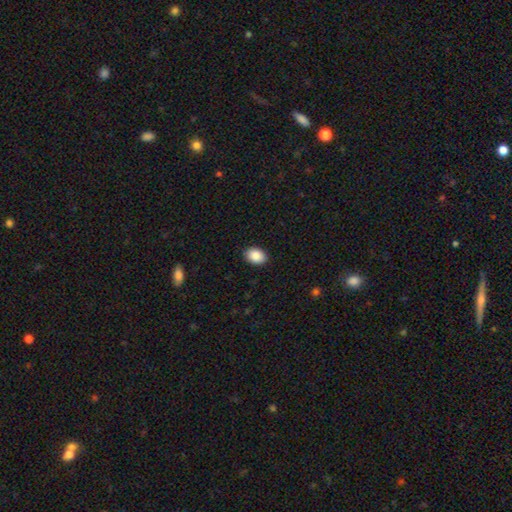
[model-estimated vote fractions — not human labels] Morphology: type=smooth (89%); roundness=in between (77%); merging=none (90%).